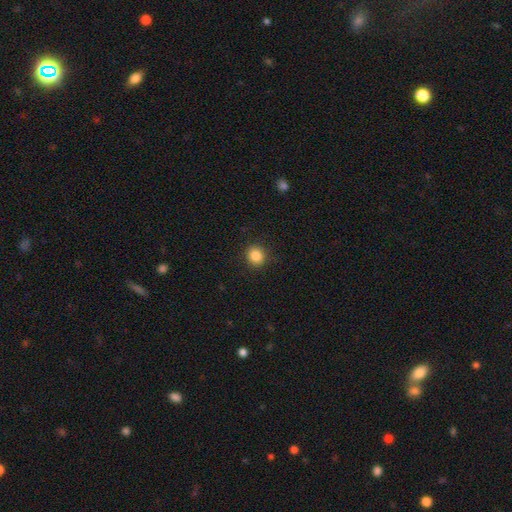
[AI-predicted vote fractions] This appears to be a smooth galaxy with no disk features (86%) that is round (80%). Merging: none (90%).